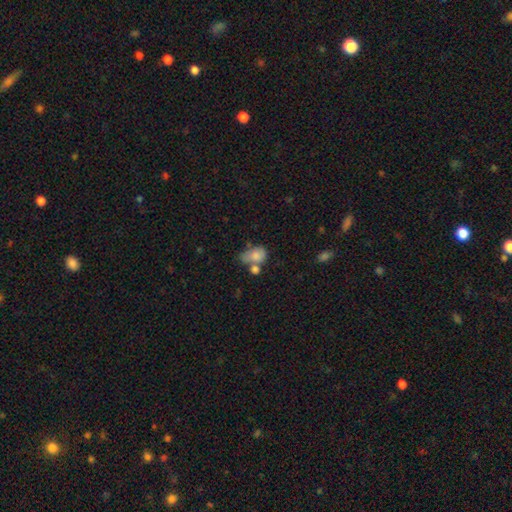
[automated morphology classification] The model was most divided on "merging": merger: 42%, none: 26%, minor disturbance: 19%, major disturbance: 13%. More confident: smooth or featured — smooth (74%); how rounded — in between (73%).